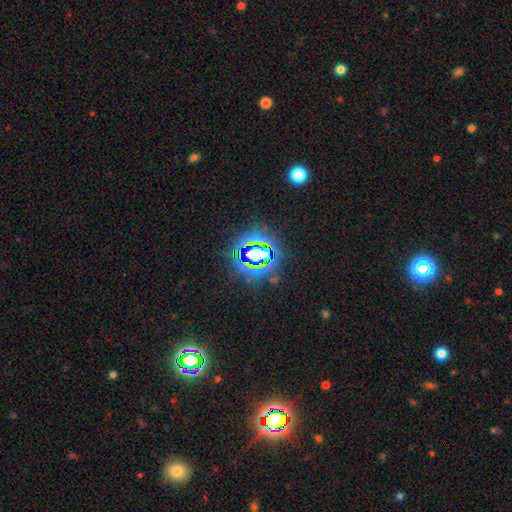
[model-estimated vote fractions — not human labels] A star or artifact, not a galaxy (70%).